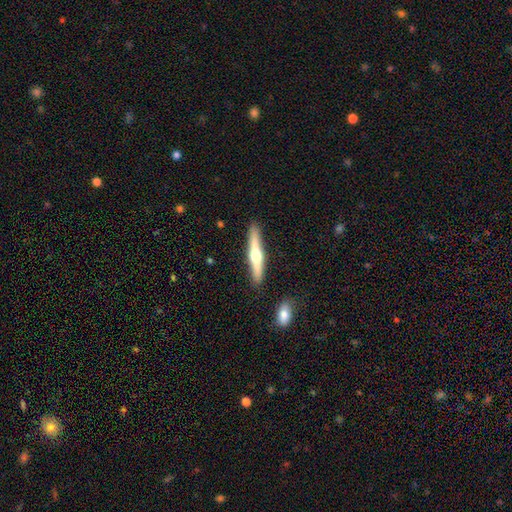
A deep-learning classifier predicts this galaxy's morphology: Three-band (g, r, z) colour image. It shows a featured or disk galaxy (60%) viewed edge-on (96%) with a rounded central bulge (93%). Merging: none (89%).